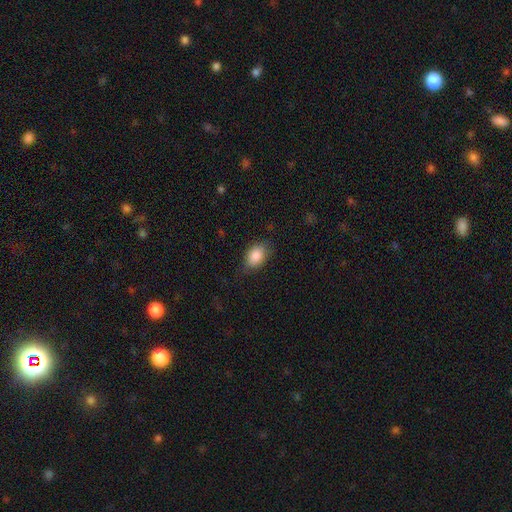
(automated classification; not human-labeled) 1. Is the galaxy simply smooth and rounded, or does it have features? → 87% smooth, 7% star or artifact, 6% featured or disk.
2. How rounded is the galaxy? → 83% in between, 15% round, 1% cigar-shaped.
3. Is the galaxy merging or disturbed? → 75% none, 19% minor disturbance, 5% major disturbance, 1% merger.